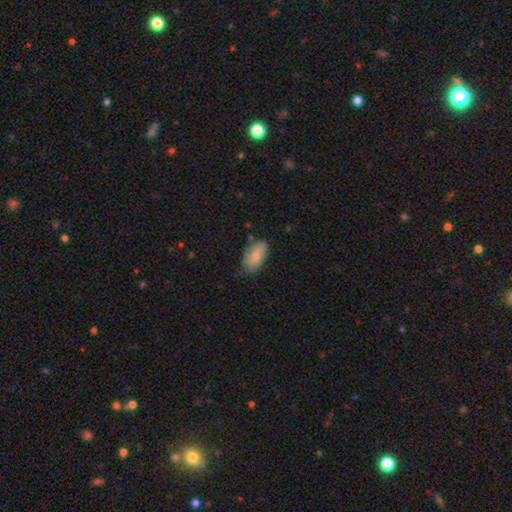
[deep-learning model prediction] A smooth galaxy with no disk features (74%) that is in between round and cigar-shaped (93%). Merging: none (69%).